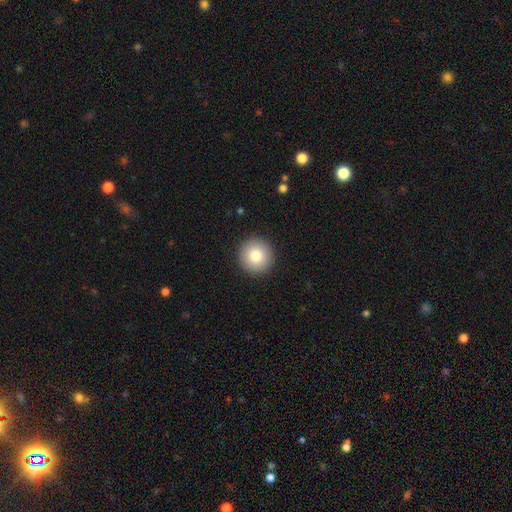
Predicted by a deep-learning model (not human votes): A smooth galaxy with no disk features (82%) that is round (96%). Merging: none (93%).